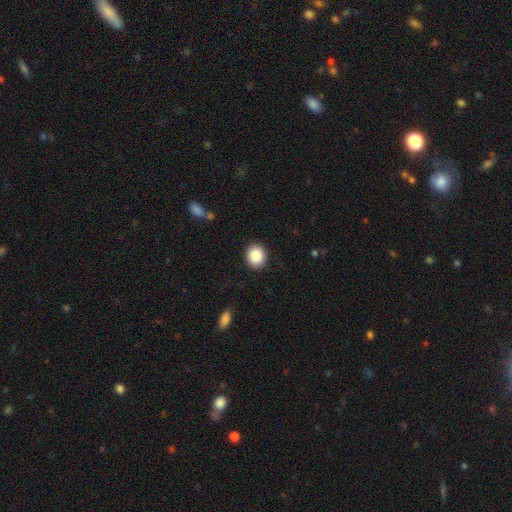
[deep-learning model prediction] This appears to be a smooth galaxy with no disk features (88%) that is round (72%). Merging: none (91%).